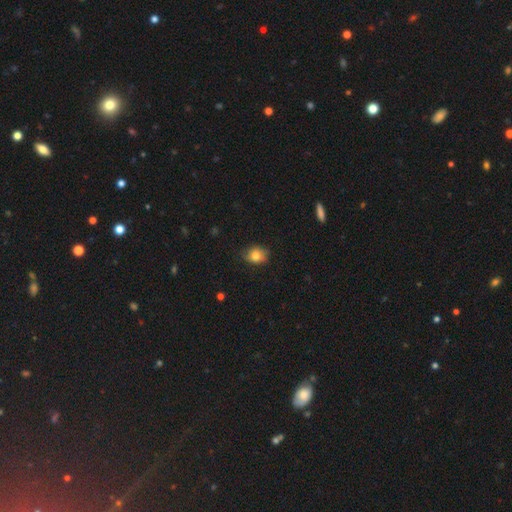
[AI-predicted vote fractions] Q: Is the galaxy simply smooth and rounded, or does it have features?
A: smooth — 79%.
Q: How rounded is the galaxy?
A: in between — 53%.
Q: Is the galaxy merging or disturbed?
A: none — 76%.